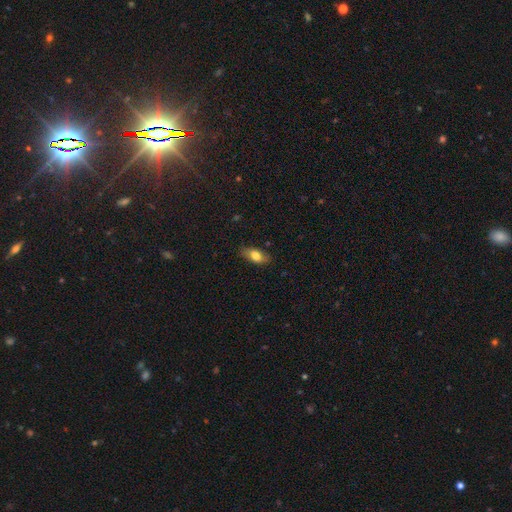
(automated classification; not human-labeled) This is likely a smooth galaxy (76%). How rounded: clearly in between (84%). Merging: clearly none (80%).